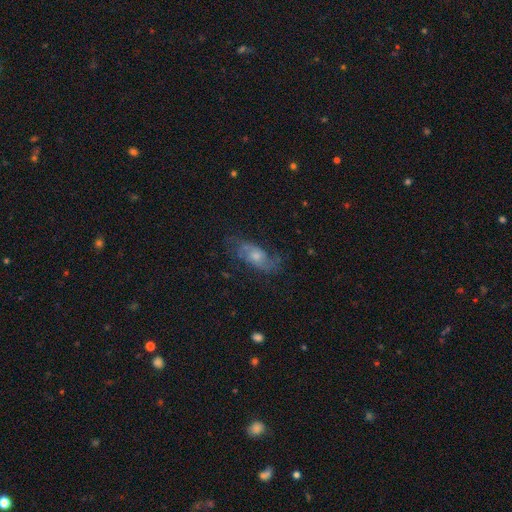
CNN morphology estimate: Q: Smooth or featured?
A: featured or disk (69%); runner-up: smooth (21%)
Q: Edge-on disk?
A: no (90%); runner-up: yes (10%)
Q: Bar?
A: no (70%); runner-up: weak (26%)
Q: Spiral arms?
A: yes (89%); runner-up: no (11%)
Q: Spiral winding?
A: medium (45%); runner-up: loose (32%)
Q: Spiral arm count?
A: 2 (74%); runner-up: can't tell (15%)
Q: Bulge size?
A: moderate (49%); runner-up: small (39%)
Q: Merging?
A: none (69%); runner-up: minor disturbance (19%)